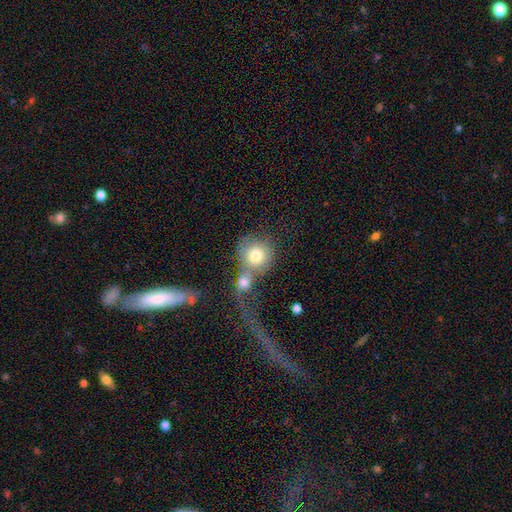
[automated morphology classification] The model was most divided on "merging": merger: 61%, none: 24%, major disturbance: 9%, minor disturbance: 7%. More confident: how rounded — round (85%); smooth or featured — smooth (74%).